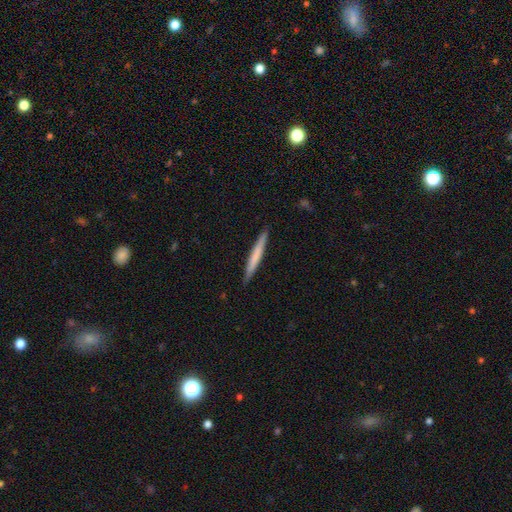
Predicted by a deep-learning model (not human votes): smooth_or_featured: smooth (p=0.63) [alt: featured or disk p=0.32]
how_rounded: cigar-shaped (p=0.96) [alt: in between p=0.02]
merging: none (p=0.91) [alt: minor disturbance p=0.07]